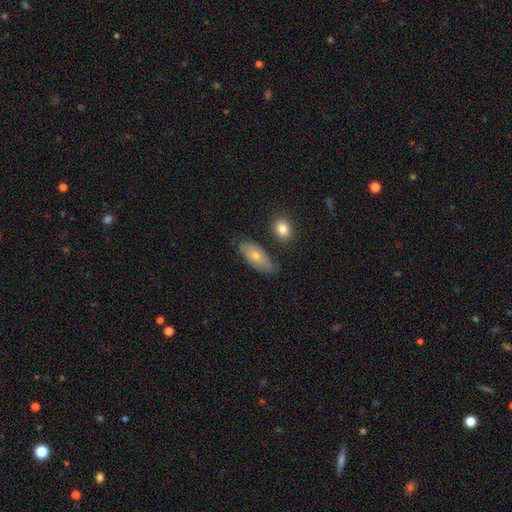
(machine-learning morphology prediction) This appears to be a smooth galaxy with no disk features (67%) that is in between round and cigar-shaped (87%). Merging: none (69%).